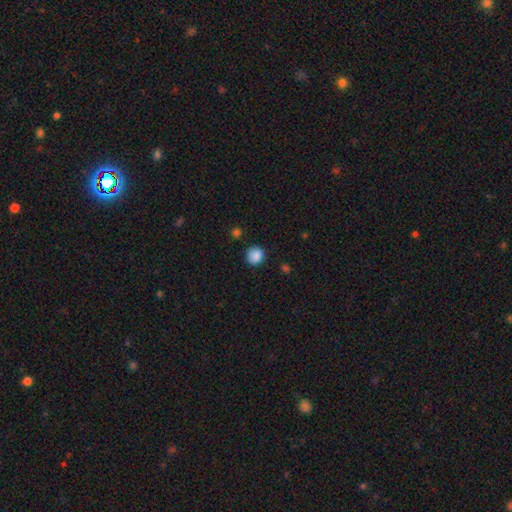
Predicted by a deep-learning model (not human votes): A smooth galaxy with no disk features (87%) that is round (88%). Merging: none (84%).